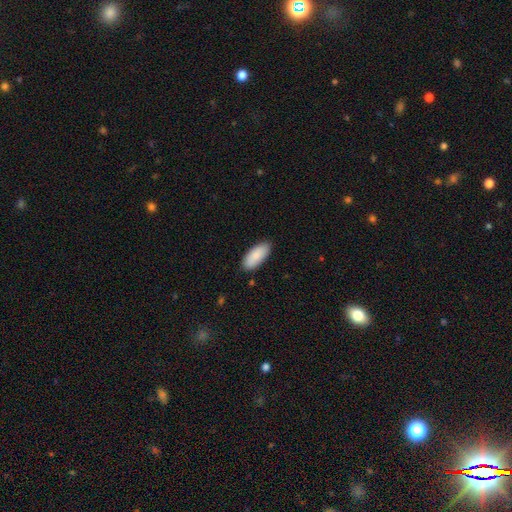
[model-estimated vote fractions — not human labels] Smooth or featured? smooth (88%)
How rounded? in between (88%)
Merging? none (86%)